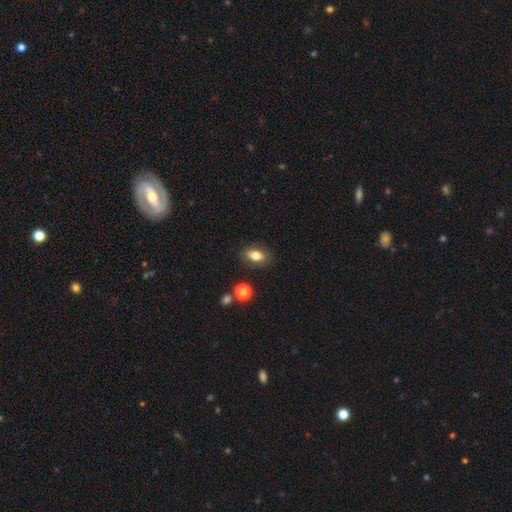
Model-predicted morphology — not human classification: smooth_or_featured: smooth (p=0.80) [alt: featured or disk p=0.11]
how_rounded: in between (p=0.84) [alt: round p=0.12]
merging: none (p=0.85) [alt: minor disturbance p=0.10]